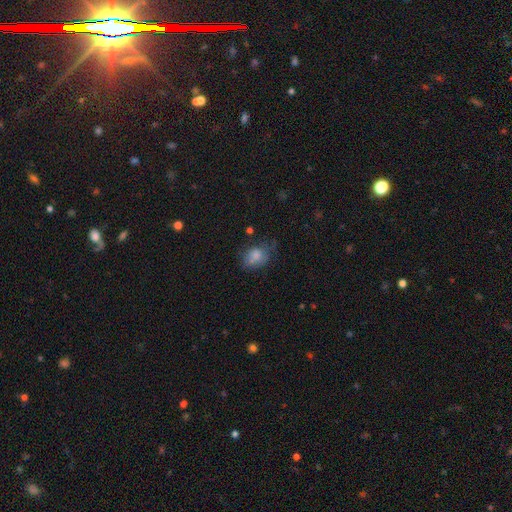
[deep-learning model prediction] A smooth galaxy with no disk features (76%) that is in between round and cigar-shaped (63%). Merging: none (47%).